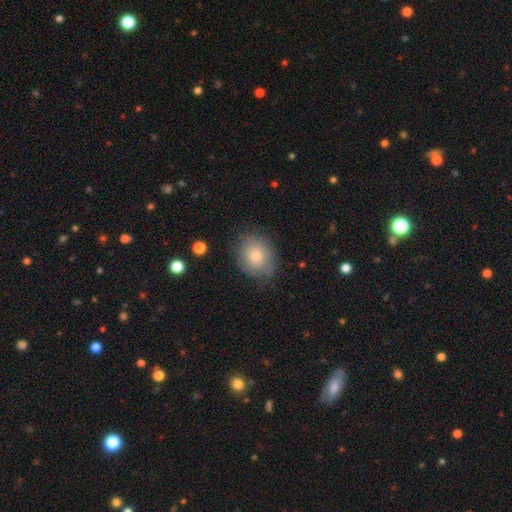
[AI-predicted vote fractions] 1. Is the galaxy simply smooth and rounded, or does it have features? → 76% smooth, 15% featured or disk, 8% star or artifact.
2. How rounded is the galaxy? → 58% round, 41% in between, 1% cigar-shaped.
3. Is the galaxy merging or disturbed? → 75% none, 18% minor disturbance, 5% major disturbance, 1% merger.